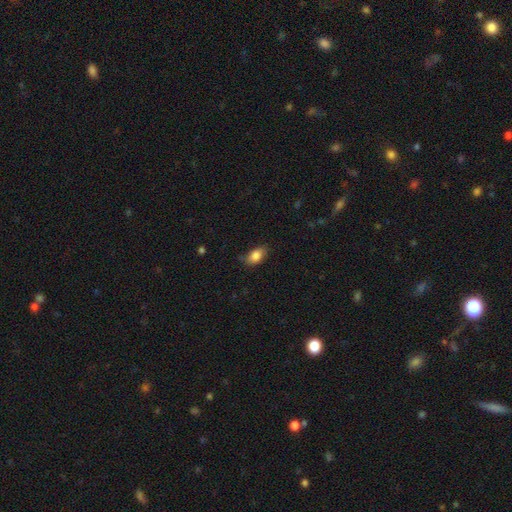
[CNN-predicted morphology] Q: Smooth or featured?
A: smooth (84%); runner-up: featured or disk (8%)
Q: How rounded?
A: in between (88%); runner-up: round (9%)
Q: Merging?
A: none (72%); runner-up: minor disturbance (22%)